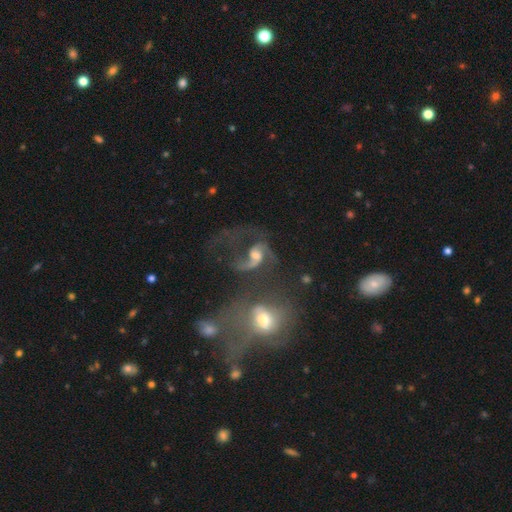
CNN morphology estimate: Q: Smooth or featured?
A: featured or disk (76%); runner-up: smooth (13%)
Q: Edge-on disk?
A: no (97%); runner-up: yes (3%)
Q: Bar?
A: no (50%); runner-up: weak (37%)
Q: Spiral arms?
A: yes (85%); runner-up: no (15%)
Q: Spiral winding?
A: loose (63%); runner-up: medium (30%)
Q: Spiral arm count?
A: 2 (73%); runner-up: 1 (17%)
Q: Bulge size?
A: moderate (52%); runner-up: small (26%)
Q: Merging?
A: merger (33%); runner-up: major disturbance (30%)